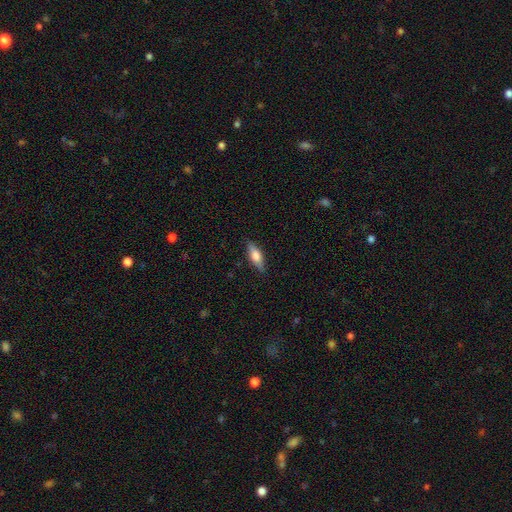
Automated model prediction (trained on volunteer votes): This is possibly a smooth galaxy (58%). How rounded: possibly in between (56%). Merging: clearly none (86%).